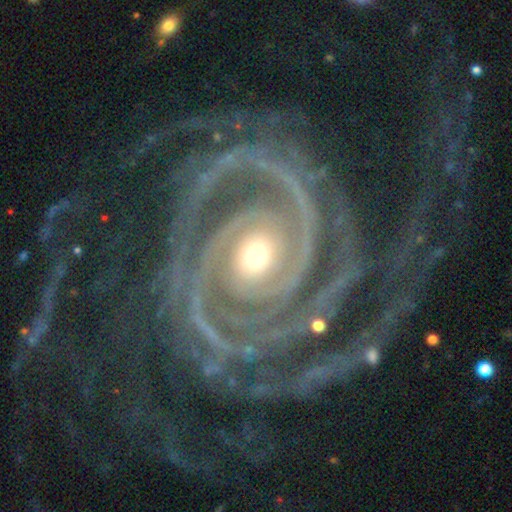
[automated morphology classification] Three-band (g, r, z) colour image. It shows a featured or disk galaxy (93%) with no bar (67%), 2 (31%) tight (75%) spiral arms (98%) and a moderate central bulge (48%). Merging: none (62%).